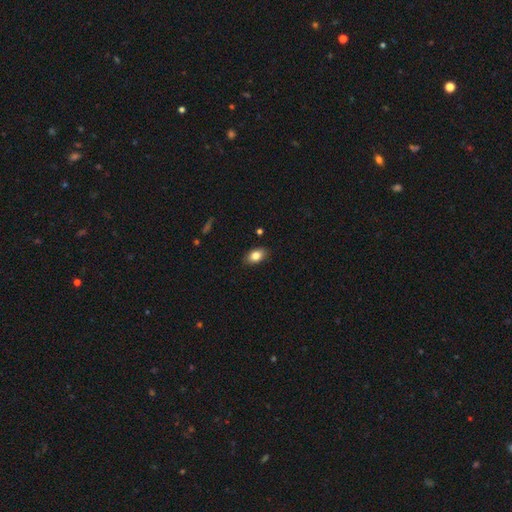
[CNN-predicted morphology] type=smooth (83%); roundness=in between (88%); merging=none (87%).